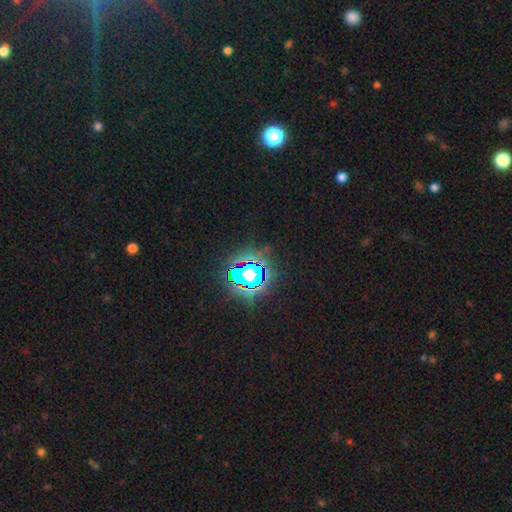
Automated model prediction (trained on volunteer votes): Smooth or featured?
  - star or artifact: 81% *
  - smooth: 12%
  - featured or disk: 7%